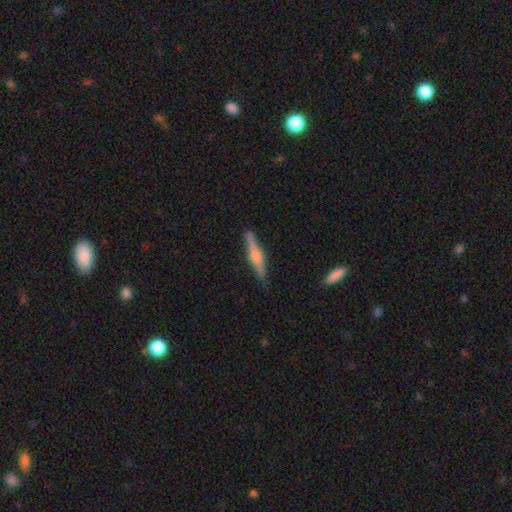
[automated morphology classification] Q: Smooth or featured?
A: featured or disk (57%); runner-up: smooth (37%)
Q: Edge-on disk?
A: yes (97%); runner-up: no (3%)
Q: Edge-on bulge?
A: rounded (81%); runner-up: boxy (12%)
Q: Merging?
A: none (86%); runner-up: minor disturbance (11%)